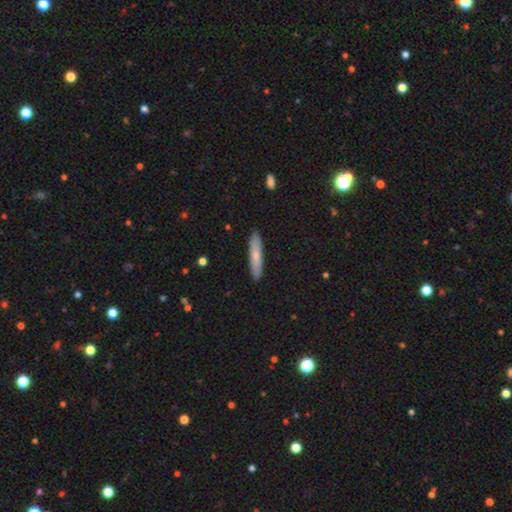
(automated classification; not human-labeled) Overall: smooth (70%). How rounded: cigar-shaped (88%). Merging: none (91%).